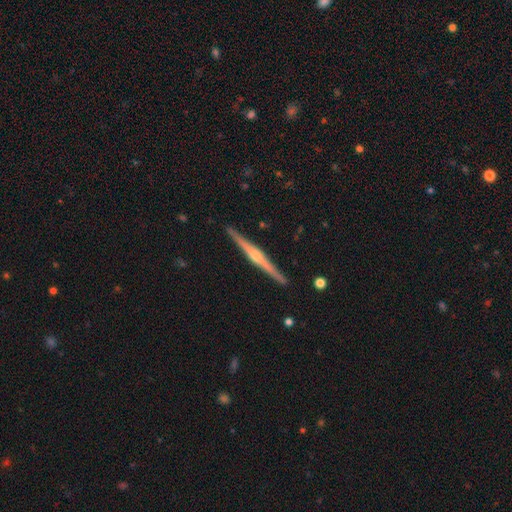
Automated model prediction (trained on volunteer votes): This appears to be a featured or disk galaxy (81%) viewed edge-on (98%) with a rounded central bulge (80%). Merging: none (92%).